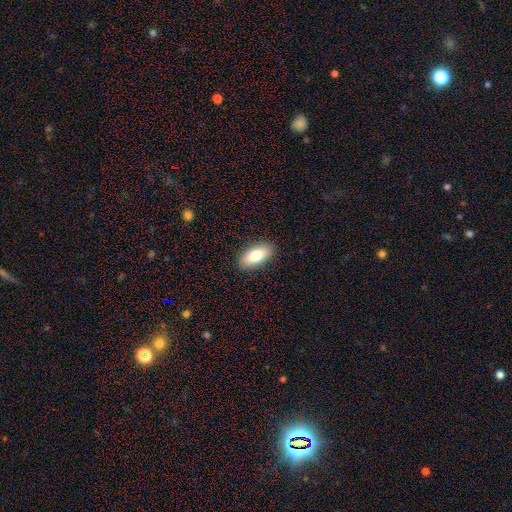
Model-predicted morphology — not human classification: Smooth or featured: smooth — 78% (featured or disk — 15%)
How rounded: in between — 89% (cigar-shaped — 8%)
Merging: none — 89% (minor disturbance — 8%)